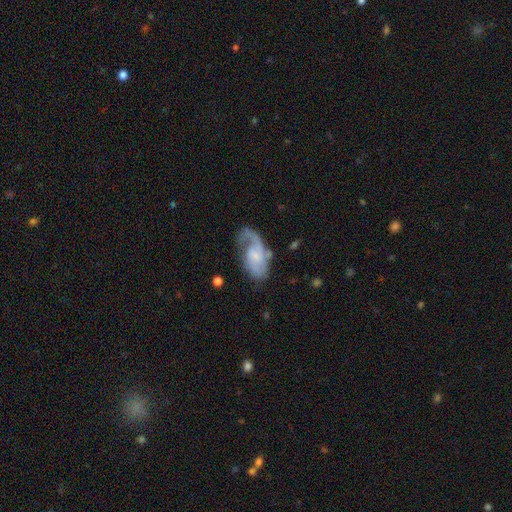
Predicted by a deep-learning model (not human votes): The model was most divided on "spiral arm count": 2: 44%, 1: 43%, can't tell: 8%, 3: 2%, 4: 1%, more than 4: 1%. Remaining: edge-on disk — no (96%); spiral arms — yes (90%); smooth or featured — featured or disk (73%); bar — no (58%); bulge size — small (43%); merging — none (43%); spiral winding — medium (41%).